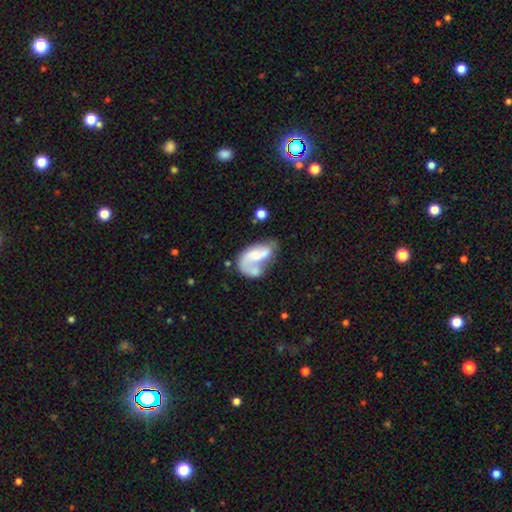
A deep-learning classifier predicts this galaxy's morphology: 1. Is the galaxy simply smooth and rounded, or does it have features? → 58% featured or disk, 35% smooth, 7% star or artifact.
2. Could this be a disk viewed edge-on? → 97% no, 3% yes.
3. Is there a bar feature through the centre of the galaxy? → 69% no, 24% weak, 7% strong.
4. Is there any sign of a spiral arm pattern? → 60% yes, 40% no.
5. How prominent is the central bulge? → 34% moderate, 30% small, 24% none, 9% large, 2% dominant.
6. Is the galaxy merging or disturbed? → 36% merger, 27% major disturbance, 23% none, 15% minor disturbance.